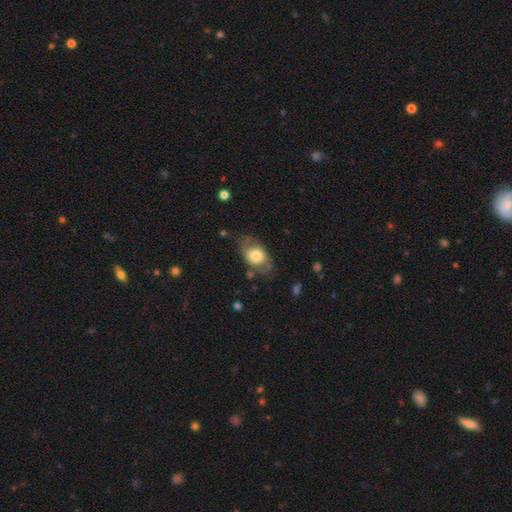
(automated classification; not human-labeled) A smooth galaxy with no disk features (66%) that is in between round and cigar-shaped (72%).

Vote fractions:
- Smooth or featured? smooth: 66% / featured or disk: 27% / star or artifact: 7%
- How rounded? in between: 72% / round: 26% / cigar-shaped: 2%
- Merging? none: 61% / minor disturbance: 24% / major disturbance: 12% / merger: 2%